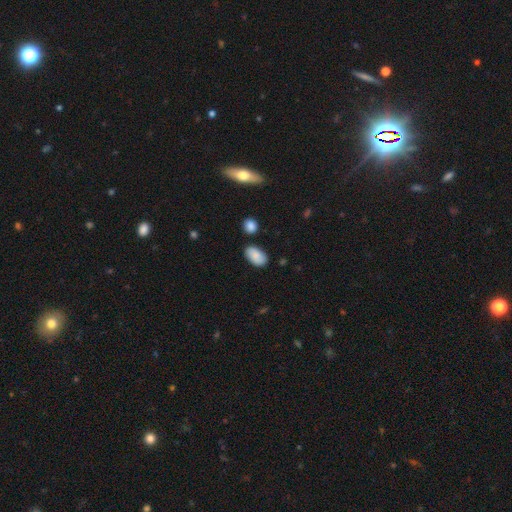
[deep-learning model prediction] Morphology: type=smooth (86%); roundness=in between (94%); merging=none (80%).